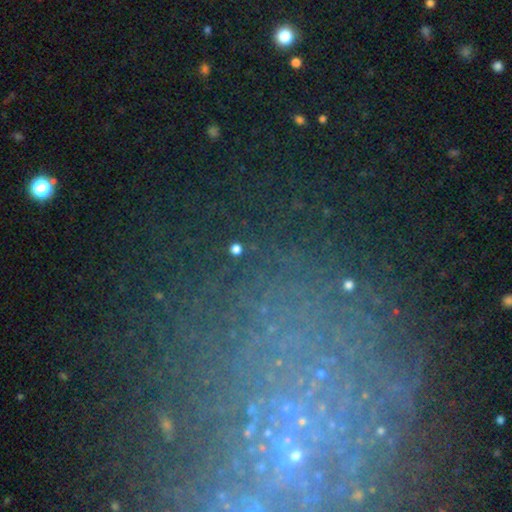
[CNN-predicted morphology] Smooth or featured?
  - star or artifact: 54% *
  - featured or disk: 29%
  - smooth: 17%